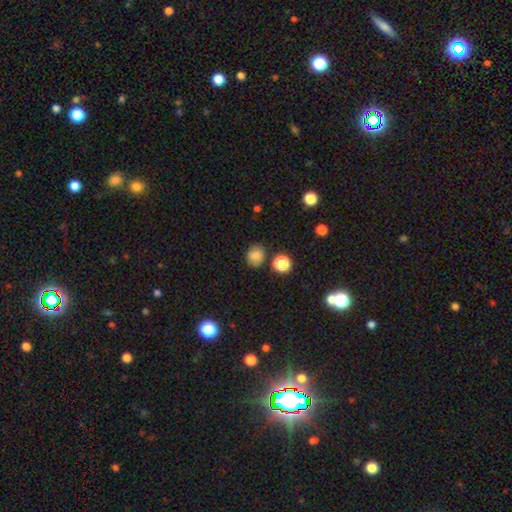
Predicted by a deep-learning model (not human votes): A smooth galaxy with no disk features (81%) that is round (58%).

Vote fractions:
- Smooth or featured? smooth: 81% / star or artifact: 12% / featured or disk: 7%
- How rounded? round: 58% / in between: 41% / cigar-shaped: 1%
- Merging? none: 78% / minor disturbance: 14% / merger: 5% / major disturbance: 4%